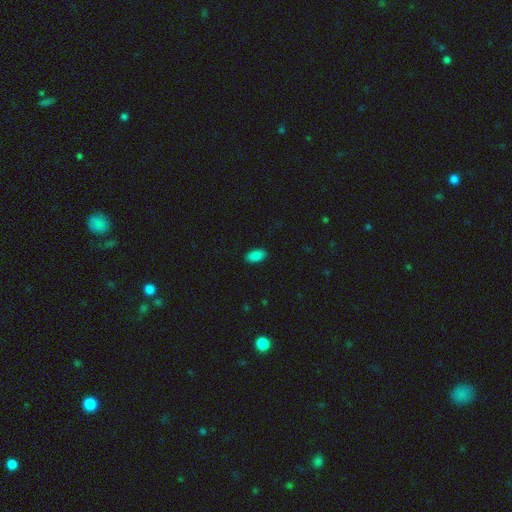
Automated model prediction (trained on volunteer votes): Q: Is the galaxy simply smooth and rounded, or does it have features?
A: smooth — 89%.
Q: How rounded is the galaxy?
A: in between — 94%.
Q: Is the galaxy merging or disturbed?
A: none — 89%.